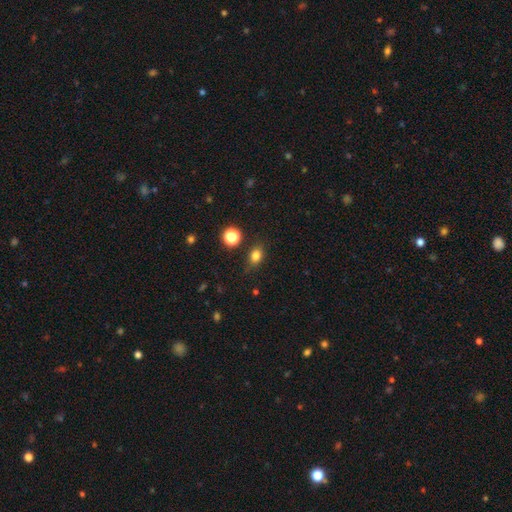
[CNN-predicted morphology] smooth-or-featured: smooth: 81% | star or artifact: 14% | featured or disk: 6%
  how-rounded: in between: 64% | round: 34% | cigar-shaped: 2%
  merging: none: 79% | minor disturbance: 13% | major disturbance: 4% | merger: 3%